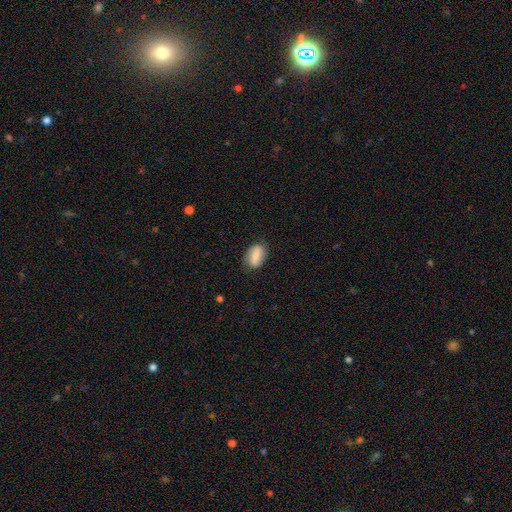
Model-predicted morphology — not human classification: smooth_or_featured: smooth (p=0.57) [alt: featured or disk p=0.36]
how_rounded: in between (p=0.87) [alt: round p=0.09]
merging: none (p=0.80) [alt: minor disturbance p=0.15]